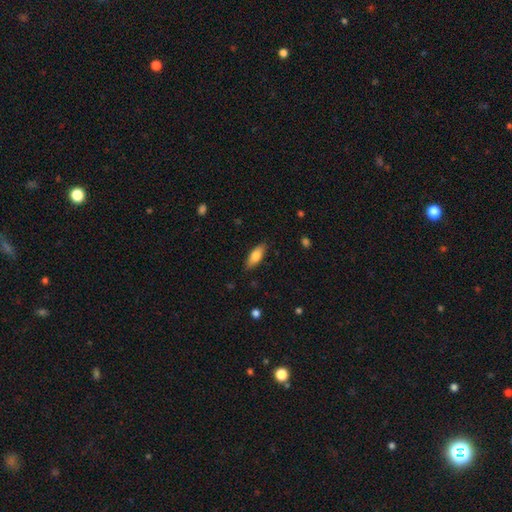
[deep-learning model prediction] smooth 77%, featured or disk 17%, star or artifact 6%. Down the decision tree: how rounded — in between (70%); merging — none (85%).